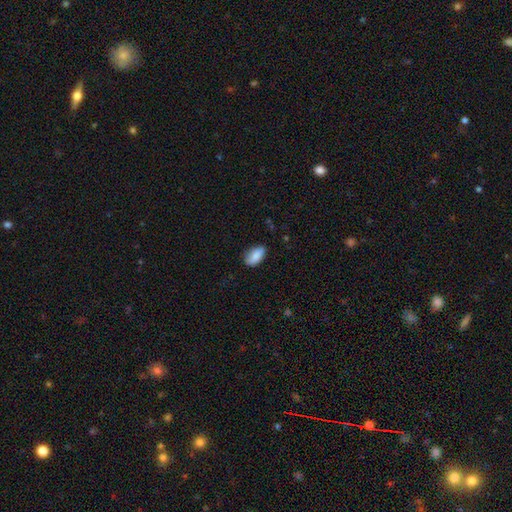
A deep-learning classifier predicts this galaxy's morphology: A smooth galaxy with no disk features (87%) that is in between round and cigar-shaped (93%).

Vote fractions:
- Smooth or featured? smooth: 87% / star or artifact: 7% / featured or disk: 6%
- How rounded? in between: 93% / round: 4% / cigar-shaped: 3%
- Merging? none: 77% / minor disturbance: 19% / major disturbance: 3% / merger: 1%